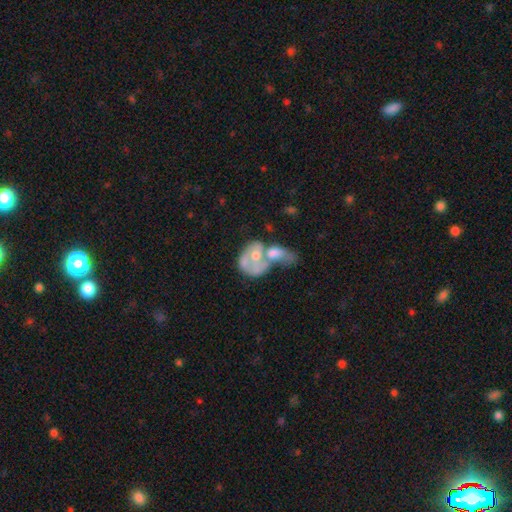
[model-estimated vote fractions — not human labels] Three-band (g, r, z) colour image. It shows a featured or disk galaxy (54%) with no bar (83%), no spiral arms (69%) and a moderate central bulge (59%). Merging: merger (73%).